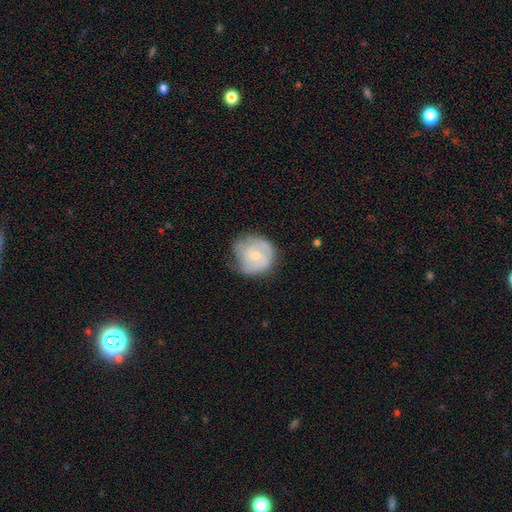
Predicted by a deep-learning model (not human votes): Smooth or featured: smooth — 48% (featured or disk — 45%)
Merging: none — 54% (minor disturbance — 32%)